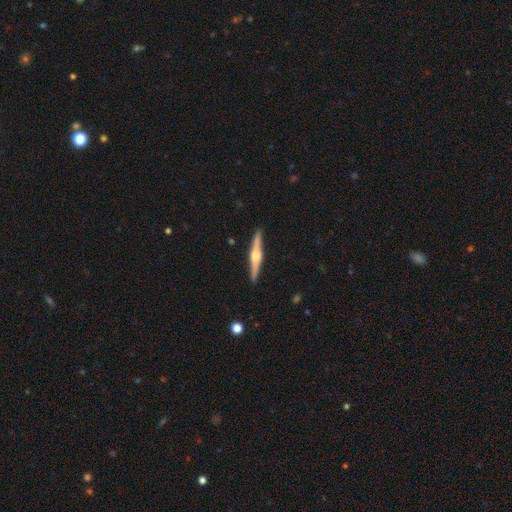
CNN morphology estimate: featured or disk 79%, smooth 16%, star or artifact 5%. Down the decision tree: edge-on disk — yes (98%); edge-on bulge — rounded (91%); merging — none (91%).